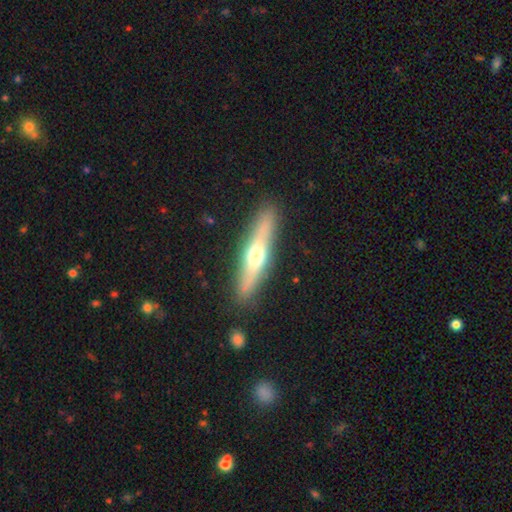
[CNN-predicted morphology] Overall: featured or disk (53%; smooth 42%). Edge-on disk: yes (88%). Merging: none (88%).